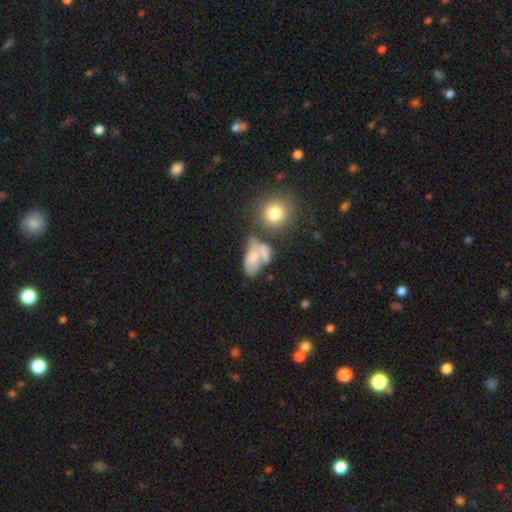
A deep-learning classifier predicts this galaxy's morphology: This is possibly a smooth galaxy (57%). How rounded: clearly in between (81%). Merging: marginally merger (44%).